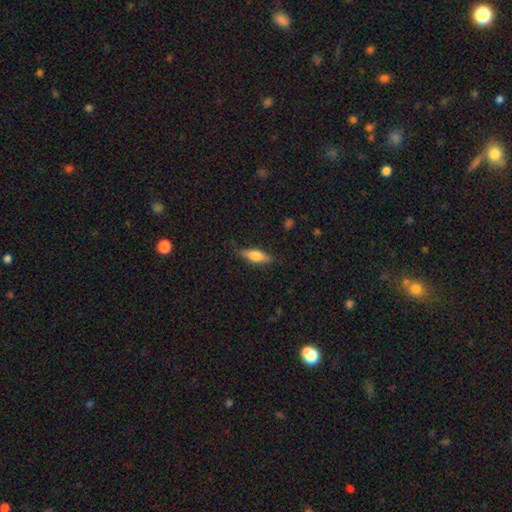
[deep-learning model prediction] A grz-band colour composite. It shows a smooth galaxy with no disk features (65%) that is in between round and cigar-shaped (54%). Merging: none (82%).